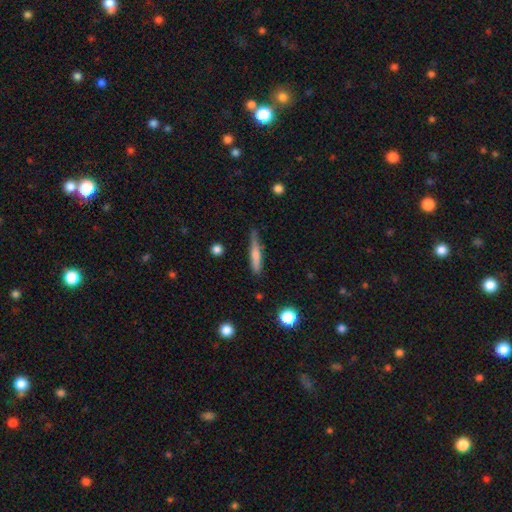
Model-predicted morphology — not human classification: smooth 67%, featured or disk 26%, star or artifact 7%. Down the decision tree: how rounded — cigar-shaped (88%); merging — none (67%).